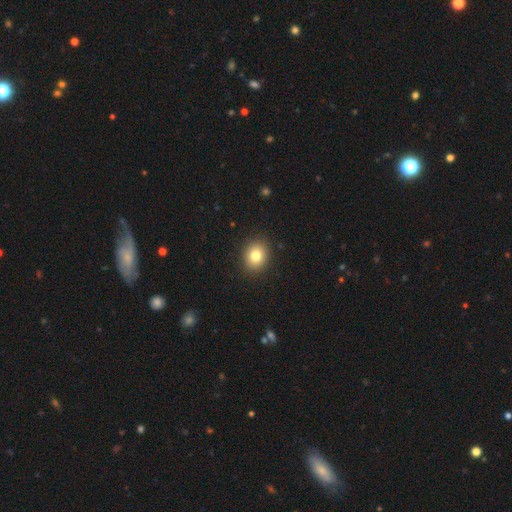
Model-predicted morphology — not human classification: Smooth or featured?
  - smooth: 81% *
  - star or artifact: 10%
  - featured or disk: 9%
How rounded?
  - round: 62% *
  - in between: 37%
  - cigar-shaped: 1%
Merging?
  - none: 90% *
  - minor disturbance: 7%
  - major disturbance: 2%
  - merger: 1%